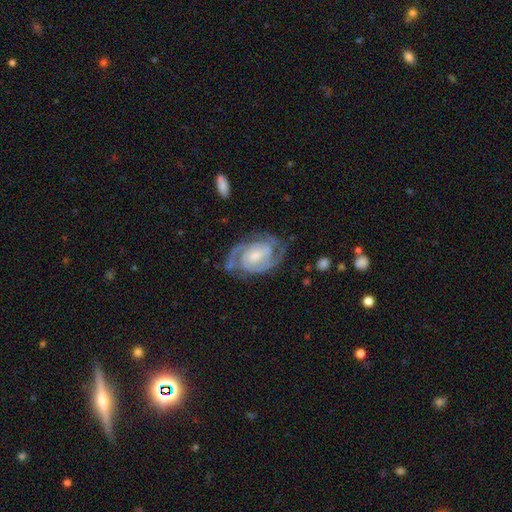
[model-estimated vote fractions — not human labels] Smooth or featured: featured or disk — 91% (smooth — 5%)
Edge-on disk: no — 97% (yes — 3%)
Bar: weak — 45% (no — 40%)
Spiral arms: yes — 98% (no — 2%)
Spiral winding: tight — 59% (medium — 36%)
Spiral arm count: 2 — 74% (3 — 13%)
Bulge size: small — 47% (moderate — 38%)
Merging: none — 74% (minor disturbance — 17%)